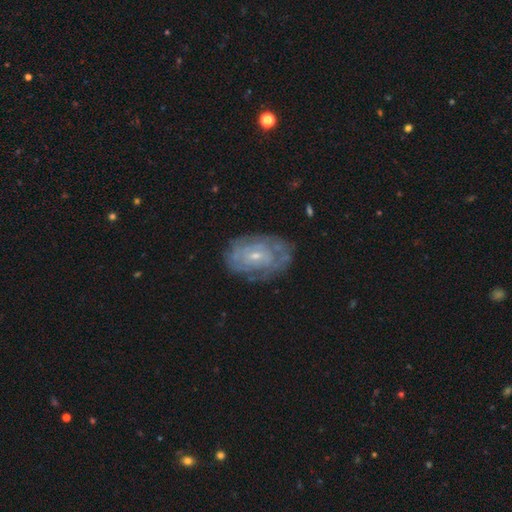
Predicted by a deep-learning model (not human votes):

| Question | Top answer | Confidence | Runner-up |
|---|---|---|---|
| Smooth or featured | featured or disk | 72% | smooth (20%) |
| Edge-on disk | no | 96% | yes (4%) |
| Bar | no | 65% | weak (30%) |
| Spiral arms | yes | 75% | no (25%) |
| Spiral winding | tight | 68% | medium (24%) |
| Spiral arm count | can't tell | 60% | 2 (18%) |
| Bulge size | small | 72% | moderate (23%) |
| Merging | none | 71% | minor disturbance (20%) |